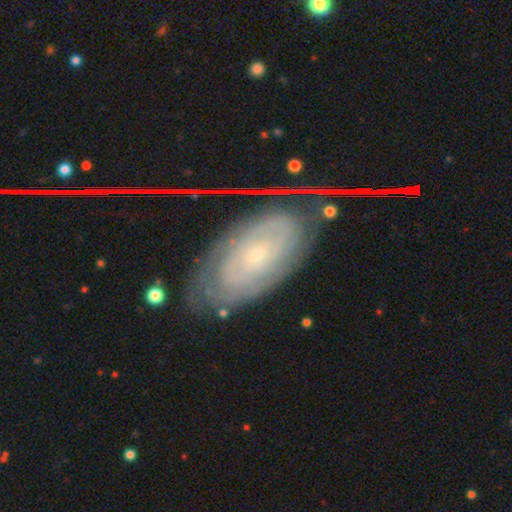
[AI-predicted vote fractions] A featured or disk galaxy (74%) with no bar (80%), tight (79%) spiral arms (84%) and a small central bulge (81%).

Vote fractions:
- Smooth or featured? featured or disk: 74% / smooth: 17% / star or artifact: 9%
- Edge-on disk? no: 92% / yes: 8%
- Bar? no: 80% / weak: 16% / strong: 5%
- Spiral arms? yes: 84% / no: 16%
- Spiral winding? tight: 79% / medium: 15% / loose: 5%
- Spiral arm count? can't tell: 61% / 2: 15% / 3: 7% / 4: 6% / more than 4: 6% / 1: 5%
- Bulge size? small: 81% / moderate: 14% / none: 2% / large: 2% / dominant: 1%
- Merging? none: 70% / minor disturbance: 18% / major disturbance: 8% / merger: 3%